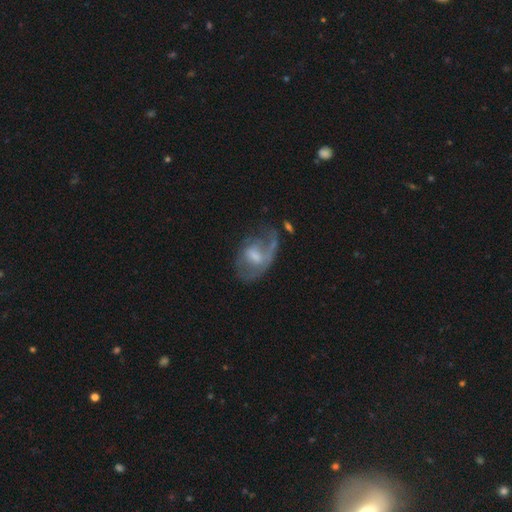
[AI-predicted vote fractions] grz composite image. It shows a featured or disk galaxy (63%) with a weak bar (48%), spiral arms (68%) and a moderate central bulge (43%). Merging: major disturbance (39%).